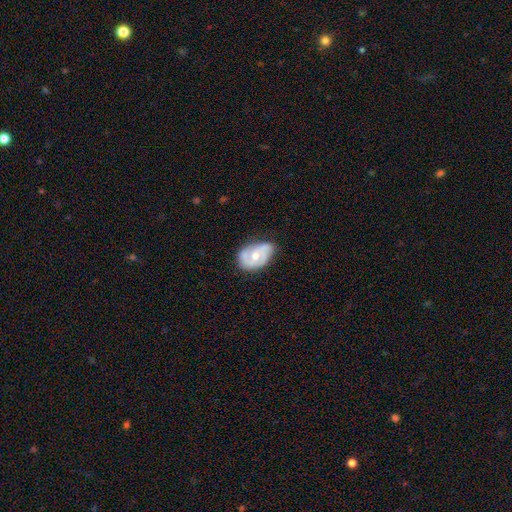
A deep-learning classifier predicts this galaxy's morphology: type=featured or disk (62%); edge-on=no (96%); bar=no (68%); spiral arms=yes (77%); bulge=moderate (63%); merging=none (50%).